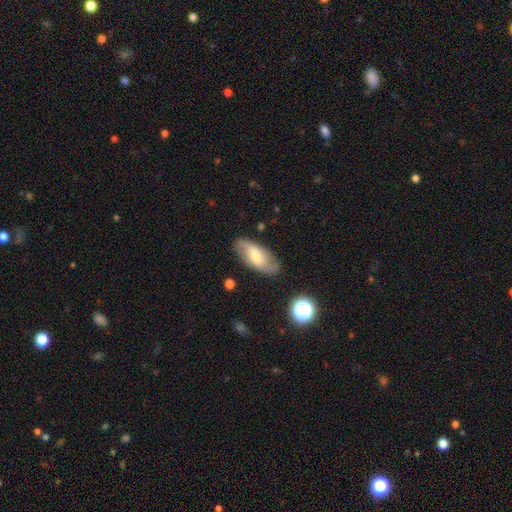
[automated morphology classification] Smooth or featured?
  - smooth: 55% *
  - featured or disk: 38%
  - star or artifact: 7%
How rounded?
  - in between: 88% *
  - cigar-shaped: 9%
  - round: 3%
Merging?
  - none: 77% *
  - minor disturbance: 17%
  - major disturbance: 4%
  - merger: 2%